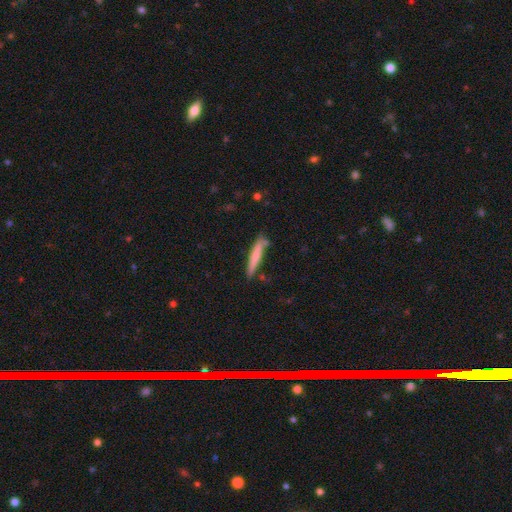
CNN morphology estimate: Smooth or featured? Predicted: smooth (p=0.70). How rounded? Predicted: cigar-shaped (p=0.93). Merging? Predicted: none (p=0.76).